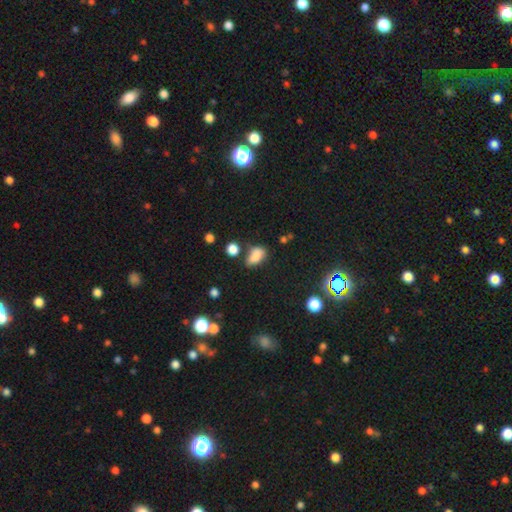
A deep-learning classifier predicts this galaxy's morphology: Smooth or featured?
  - smooth: 81% *
  - star or artifact: 12%
  - featured or disk: 7%
How rounded?
  - in between: 87% *
  - round: 9%
  - cigar-shaped: 4%
Merging?
  - none: 56% *
  - minor disturbance: 24%
  - merger: 12%
  - major disturbance: 7%